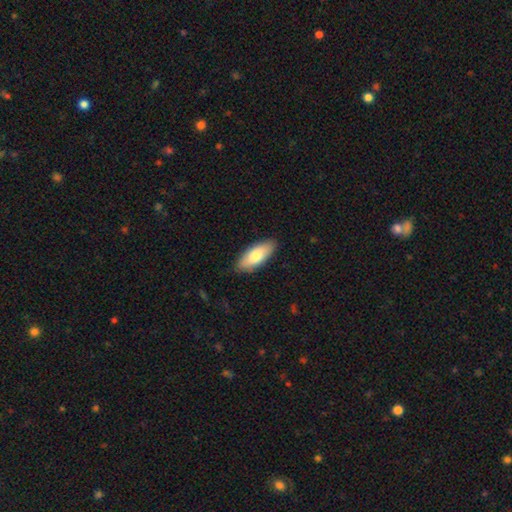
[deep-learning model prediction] Overall: smooth (77%). How rounded: in between (80%). Merging: none (87%).